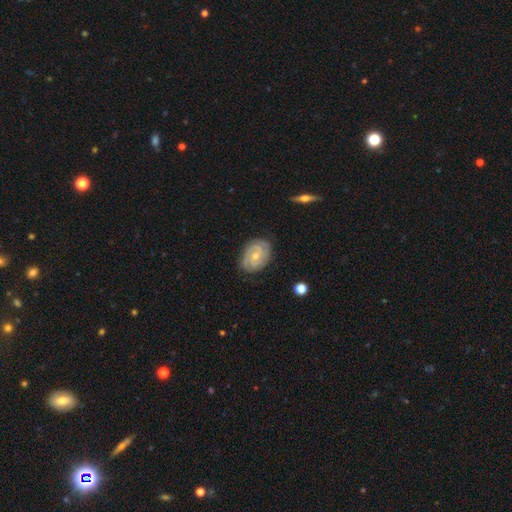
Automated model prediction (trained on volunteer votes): Overall: featured or disk (78%). Edge-on disk: no (97%). Bar: no (66%; weak 29%). Spiral arms: yes (92%). Spiral arm count: 2 (40%; can't tell 26%). Spiral winding: tight (67%). Bulge size: small (53%; moderate 43%). Merging: none (78%).